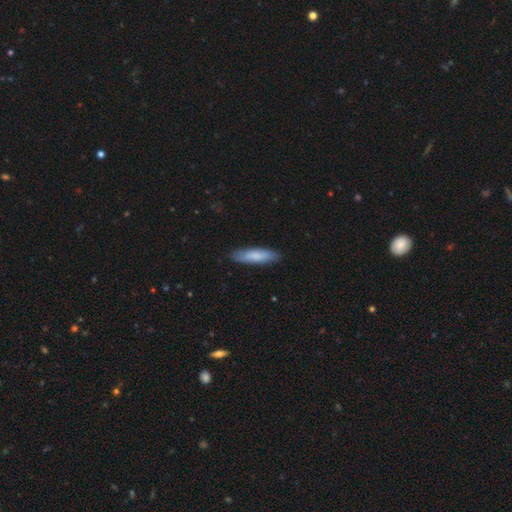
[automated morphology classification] smooth 79%, featured or disk 16%, star or artifact 5%. Down the decision tree: how rounded — cigar-shaped (73%); merging — none (86%).